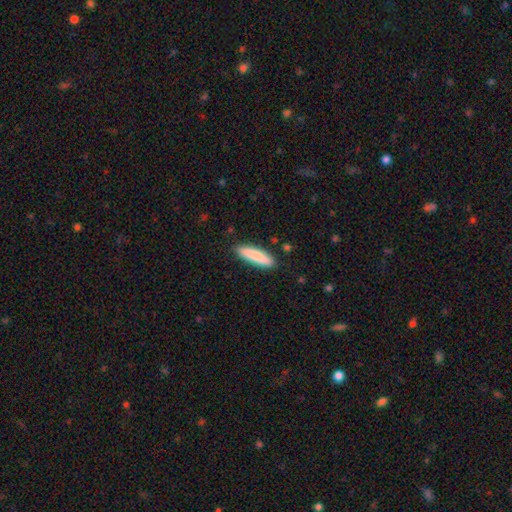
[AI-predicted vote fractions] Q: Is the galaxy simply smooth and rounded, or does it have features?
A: smooth — 85%.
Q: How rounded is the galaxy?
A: cigar-shaped — 76%.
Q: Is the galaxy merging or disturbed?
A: none — 87%.